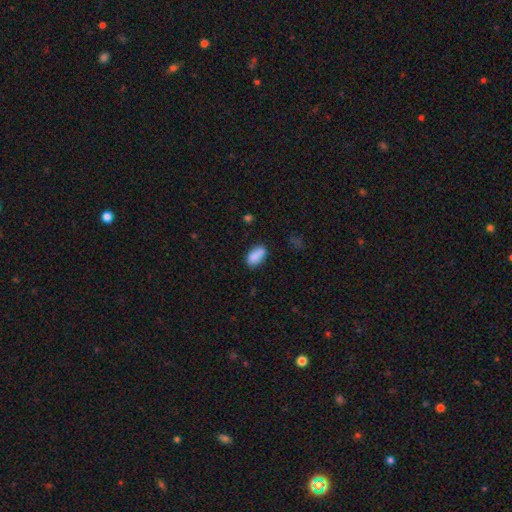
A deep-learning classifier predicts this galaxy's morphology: type=smooth (86%); roundness=in between (90%); merging=none (68%).